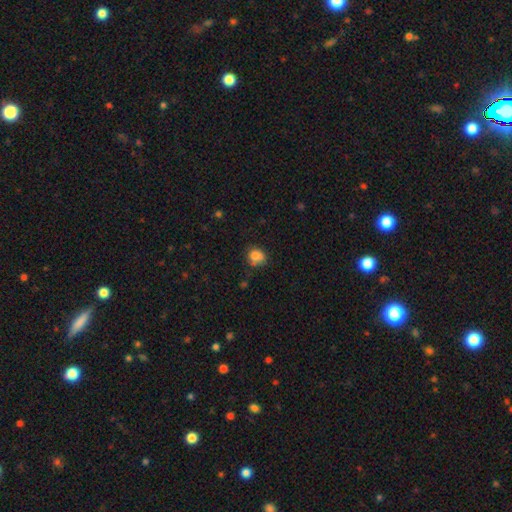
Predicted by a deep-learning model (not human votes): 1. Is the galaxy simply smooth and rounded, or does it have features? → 82% smooth, 10% star or artifact, 8% featured or disk.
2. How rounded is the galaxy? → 62% round, 37% in between, 1% cigar-shaped.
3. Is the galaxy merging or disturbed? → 61% none, 25% minor disturbance, 8% merger, 7% major disturbance.